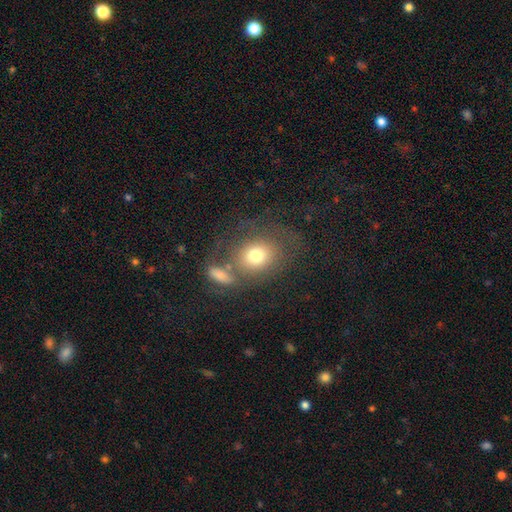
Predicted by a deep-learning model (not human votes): Smooth or featured: smooth — 71% (featured or disk — 19%)
How rounded: round — 57% (in between — 42%)
Merging: none — 52% (merger — 21%)